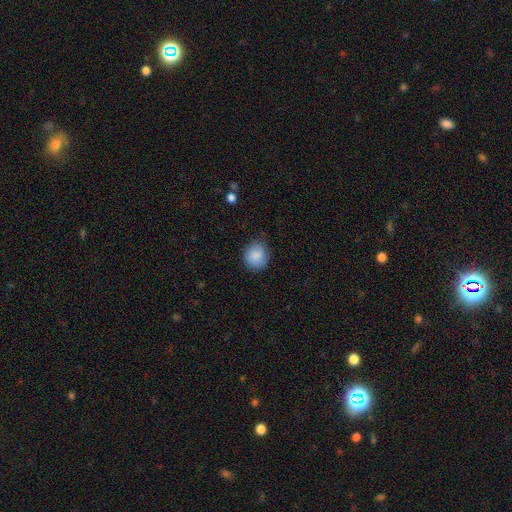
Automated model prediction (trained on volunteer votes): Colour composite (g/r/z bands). It shows a smooth galaxy with no disk features (87%) that is round (77%). Merging: none (77%).